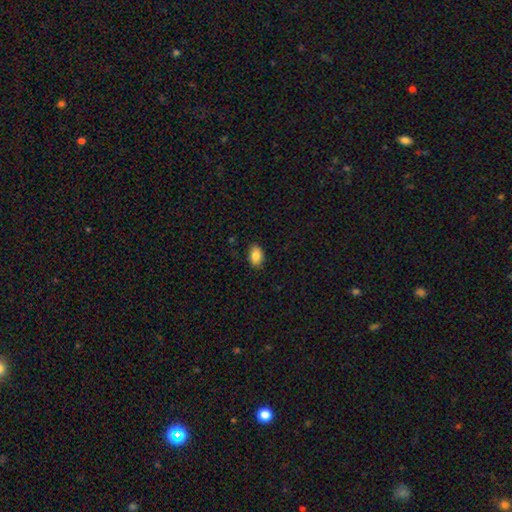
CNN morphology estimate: A smooth galaxy with no disk features (86%) that is in between round and cigar-shaped (88%). Merging: none (87%).